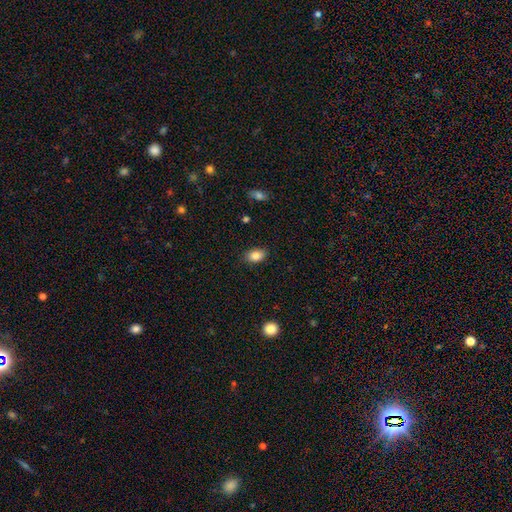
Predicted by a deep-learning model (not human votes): Overall: smooth (86%). How rounded: in between (85%). Merging: none (86%).